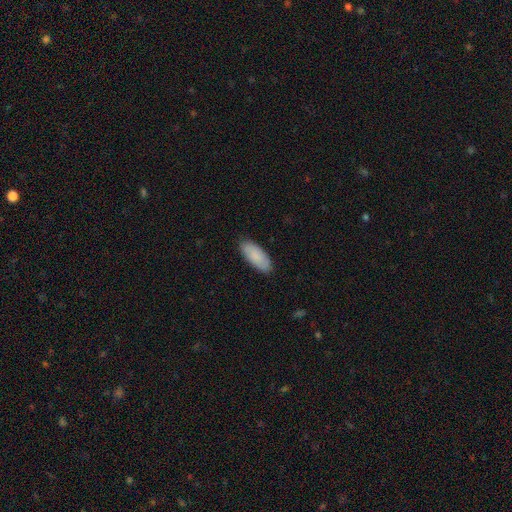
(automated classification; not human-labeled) A smooth galaxy with no disk features (86%) that is in between round and cigar-shaped (85%). Merging: none (86%).